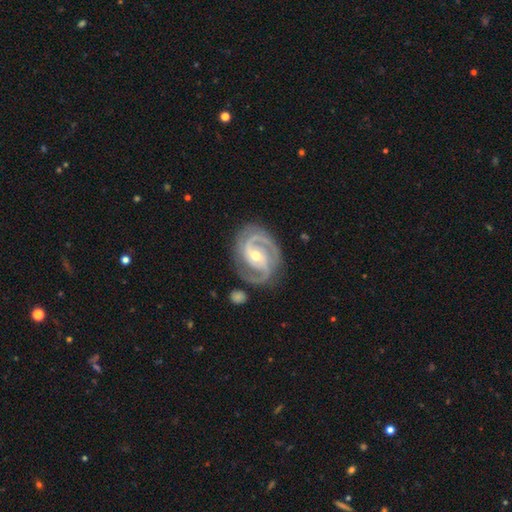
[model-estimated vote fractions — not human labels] Smooth or featured?
  - featured or disk: 93% *
  - star or artifact: 4%
  - smooth: 3%
Edge-on disk?
  - no: 98% *
  - yes: 2%
Bar?
  - no: 39% *
  - weak: 37%
  - strong: 25%
Spiral arms?
  - yes: 99% *
  - no: 1%
Spiral winding?
  - tight: 48% *
  - medium: 46%
  - loose: 6%
Spiral arm count?
  - 2: 75% *
  - 3: 16%
  - can't tell: 3%
  - 4: 2%
  - 1: 2%
  - more than 4: 2%
Bulge size?
  - moderate: 52% *
  - small: 45%
  - large: 2%
  - none: 1%
  - dominant: 1%
Merging?
  - none: 77% *
  - minor disturbance: 15%
  - major disturbance: 5%
  - merger: 3%